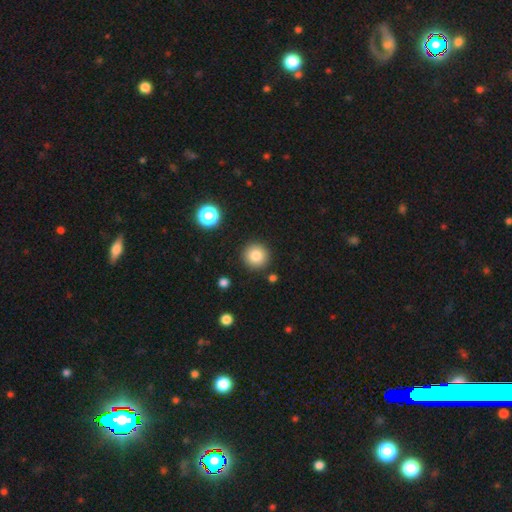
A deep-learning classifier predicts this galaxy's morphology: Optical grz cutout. It shows a smooth galaxy with no disk features (82%) that is round (95%). Merging: none (90%).